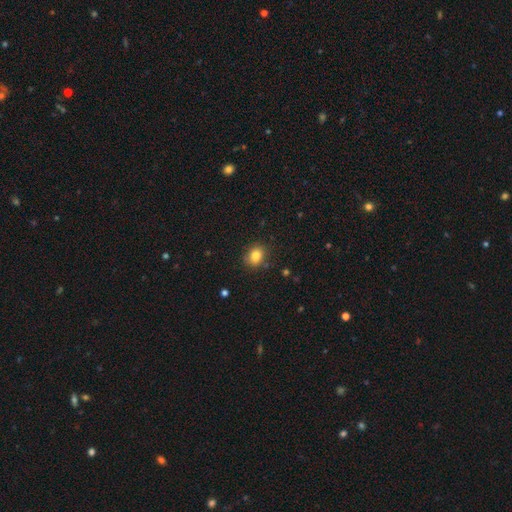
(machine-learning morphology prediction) smooth 82%, star or artifact 11%, featured or disk 8%. Down the decision tree: how rounded — in between (50%); merging — none (82%).